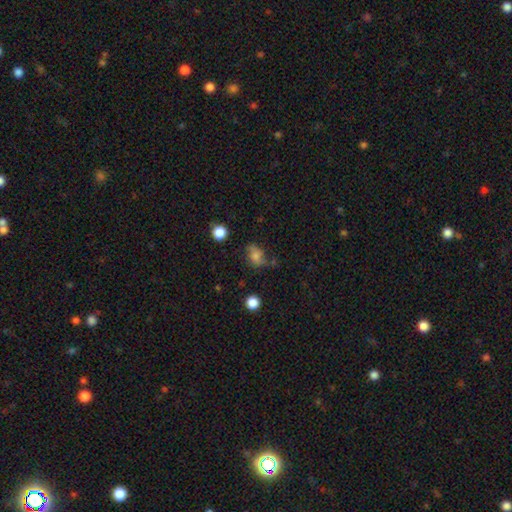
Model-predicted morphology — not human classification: Smooth or featured? smooth (67%)
How rounded? in between (59%)
Merging? none (54%)